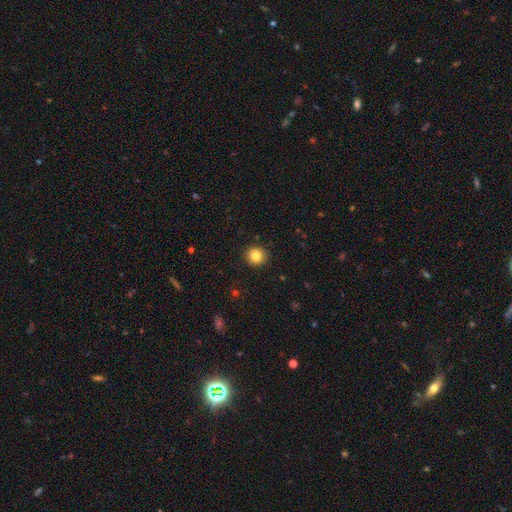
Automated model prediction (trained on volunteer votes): A smooth galaxy with no disk features (84%) that is round (92%).

Vote fractions:
- Smooth or featured? smooth: 84% / star or artifact: 10% / featured or disk: 6%
- How rounded? round: 92% / in between: 7% / cigar-shaped: 1%
- Merging? none: 92% / minor disturbance: 6% / major disturbance: 2% / merger: 1%